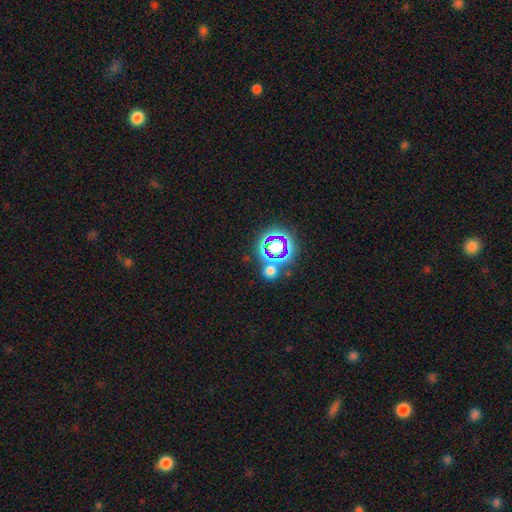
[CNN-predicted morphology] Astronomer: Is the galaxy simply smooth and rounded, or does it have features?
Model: star or artifact — 73%.